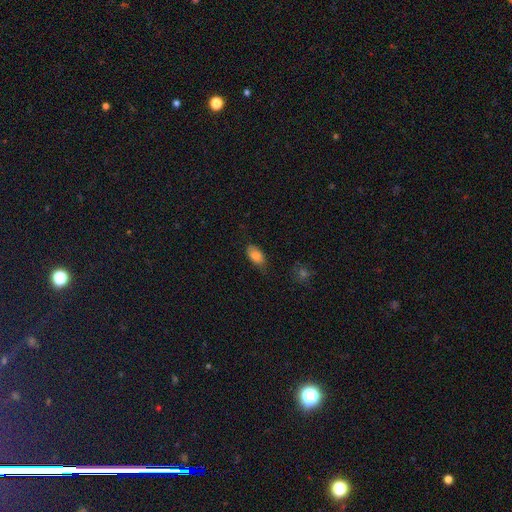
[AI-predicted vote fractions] This appears to be a smooth galaxy with no disk features (80%) that is in between round and cigar-shaped (92%). Merging: none (67%).